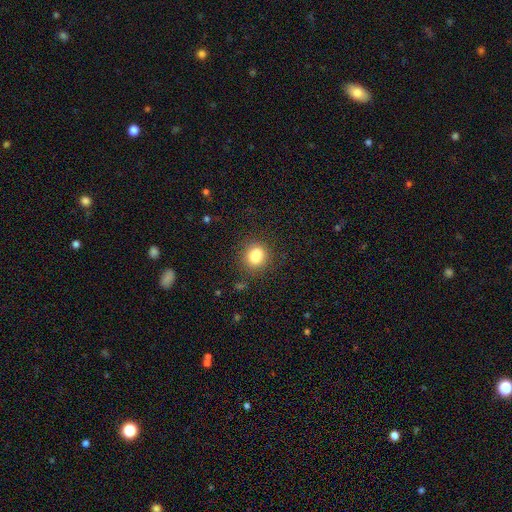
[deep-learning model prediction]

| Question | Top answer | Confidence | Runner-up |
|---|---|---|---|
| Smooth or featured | smooth | 78% | star or artifact (11%) |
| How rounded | round | 69% | in between (30%) |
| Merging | none | 62% | merger (19%) |